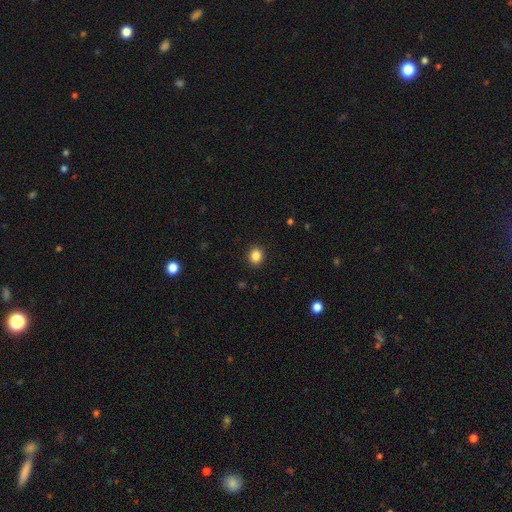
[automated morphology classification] A smooth galaxy with no disk features (85%) that is round (82%). Merging: none (92%).